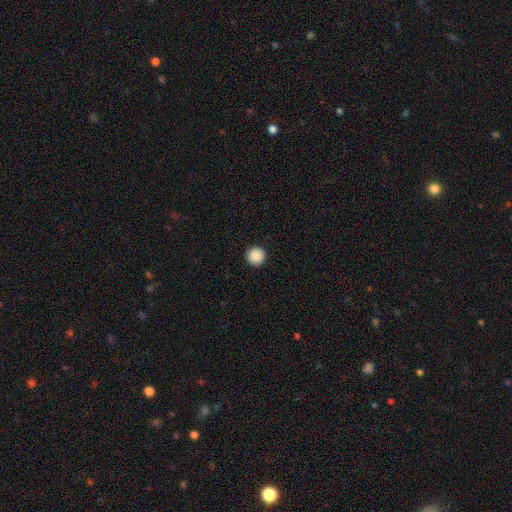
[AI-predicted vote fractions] Smooth or featured? Predicted: smooth (p=0.89). How rounded? Predicted: round (p=0.96). Merging? Predicted: none (p=0.94).